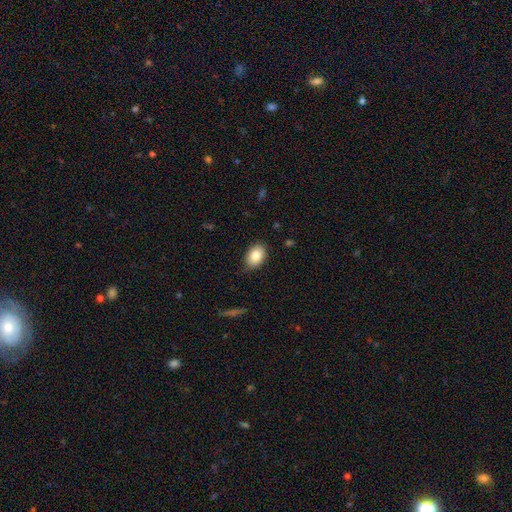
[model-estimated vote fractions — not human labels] smooth_or_featured: smooth (p=0.84) [alt: featured or disk p=0.08]
how_rounded: in between (p=0.82) [alt: round p=0.17]
merging: none (p=0.80) [alt: minor disturbance p=0.16]